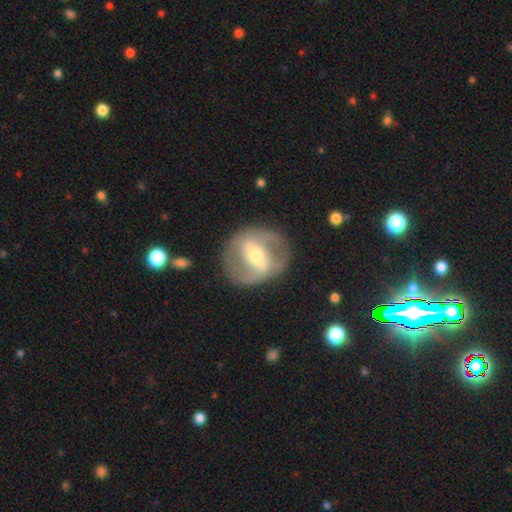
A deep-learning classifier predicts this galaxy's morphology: smooth_or_featured: featured or disk (p=0.76) [alt: smooth p=0.19]
disk_edge_on: no (p=0.94) [alt: yes p=0.06]
bar: strong (p=0.57) [alt: weak p=0.29]
has_spiral_arms: yes (p=0.62) [alt: no p=0.38]
bulge_size: moderate (p=0.53) [alt: small p=0.39]
merging: none (p=0.81) [alt: minor disturbance p=0.11]